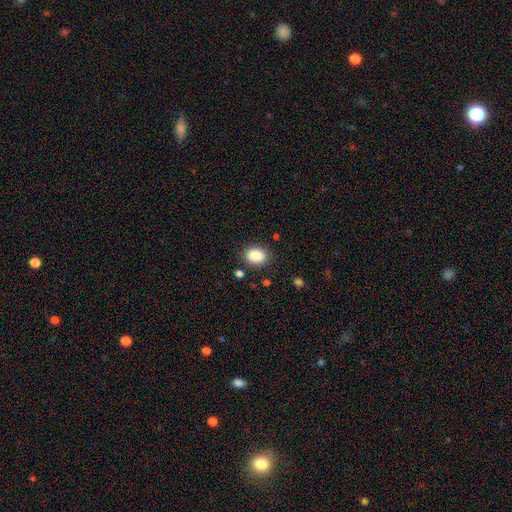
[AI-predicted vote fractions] Smooth or featured? smooth (87%)
How rounded? in between (52%)
Merging? none (85%)